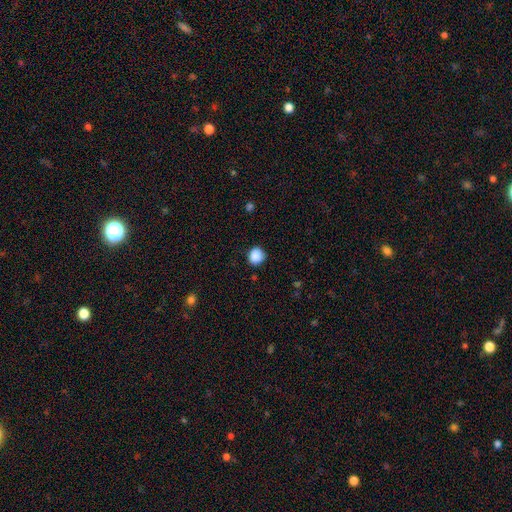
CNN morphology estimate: This appears to be a smooth galaxy with no disk features (88%) that is round (85%). Merging: none (85%).